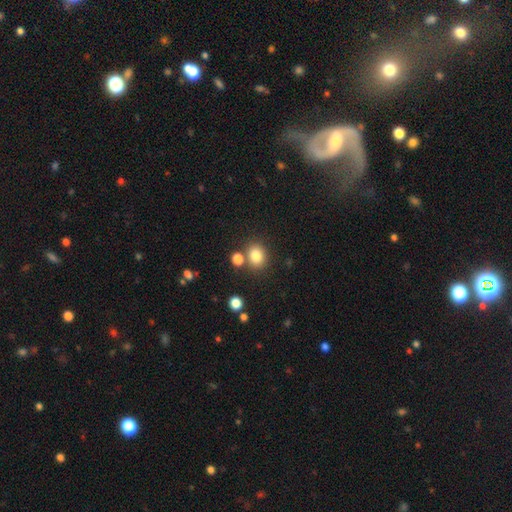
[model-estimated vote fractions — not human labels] A smooth galaxy with no disk features (82%) that is round (57%).

Vote fractions:
- Smooth or featured? smooth: 82% / star or artifact: 11% / featured or disk: 6%
- How rounded? round: 57% / in between: 42% / cigar-shaped: 1%
- Merging? none: 72% / merger: 14% / minor disturbance: 10% / major disturbance: 3%